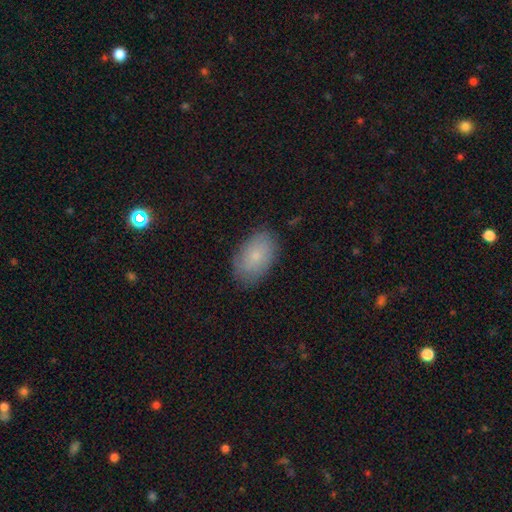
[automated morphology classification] A smooth galaxy with no disk features (76%) that is in between round and cigar-shaped (91%). Merging: none (82%).